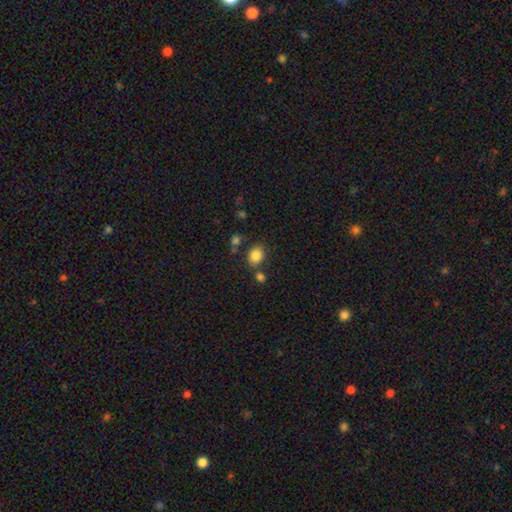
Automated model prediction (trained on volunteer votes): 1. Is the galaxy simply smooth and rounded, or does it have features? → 84% smooth, 10% star or artifact, 6% featured or disk.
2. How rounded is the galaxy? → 57% in between, 42% round, 1% cigar-shaped.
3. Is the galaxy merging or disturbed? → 71% none, 12% merger, 12% minor disturbance, 4% major disturbance.